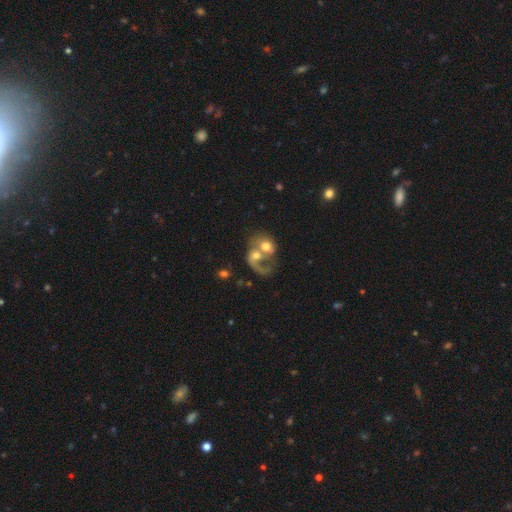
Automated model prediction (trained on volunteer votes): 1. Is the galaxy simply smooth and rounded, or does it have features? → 57% featured or disk, 35% smooth, 8% star or artifact.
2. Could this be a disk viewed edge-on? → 97% no, 3% yes.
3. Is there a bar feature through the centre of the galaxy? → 73% no, 22% weak, 5% strong.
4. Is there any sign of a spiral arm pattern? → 68% yes, 32% no.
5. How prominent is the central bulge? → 54% moderate, 23% large, 12% small, 6% none, 4% dominant.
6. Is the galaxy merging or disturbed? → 75% merger, 12% major disturbance, 9% none, 4% minor disturbance.